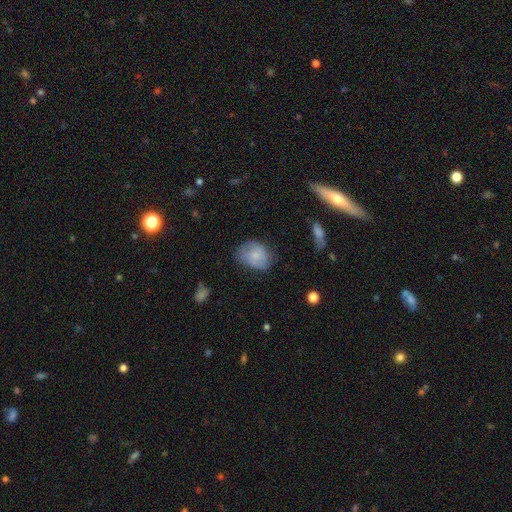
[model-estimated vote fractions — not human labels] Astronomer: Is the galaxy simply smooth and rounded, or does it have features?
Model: smooth — 68%.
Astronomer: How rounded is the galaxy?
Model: in between — 54% (runner-up: round, 45%).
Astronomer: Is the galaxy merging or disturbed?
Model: none — 61%.